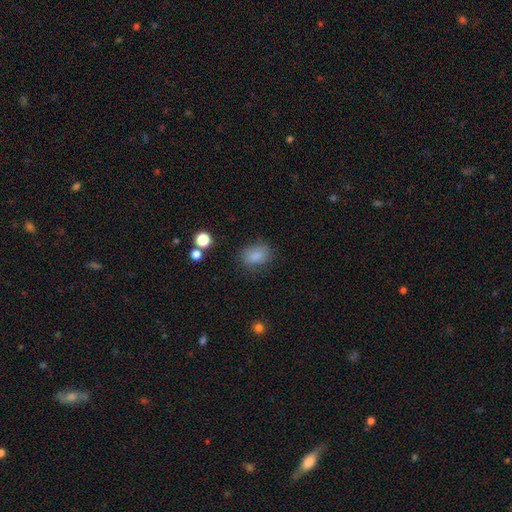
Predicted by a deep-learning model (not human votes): Smooth or featured: smooth — 84% (star or artifact — 10%)
How rounded: in between — 68% (round — 30%)
Merging: none — 74% (minor disturbance — 18%)